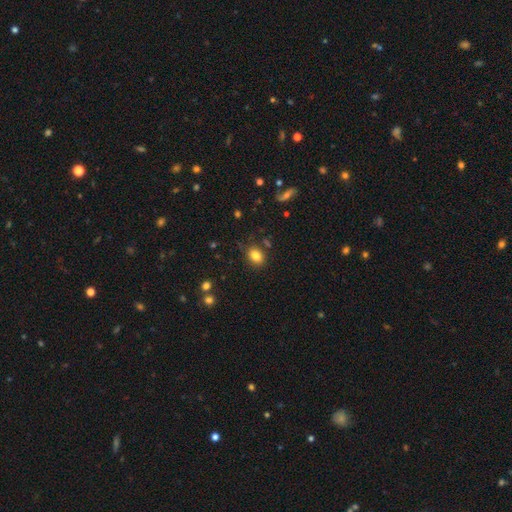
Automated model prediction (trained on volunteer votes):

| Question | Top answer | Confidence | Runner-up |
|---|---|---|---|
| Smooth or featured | smooth | 83% | star or artifact (11%) |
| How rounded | in between | 63% | round (36%) |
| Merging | none | 80% | minor disturbance (13%) |